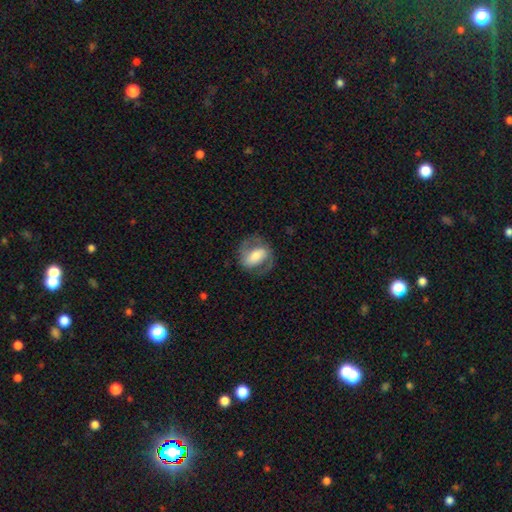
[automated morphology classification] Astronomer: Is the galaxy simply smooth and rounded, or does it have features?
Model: featured or disk — 66%.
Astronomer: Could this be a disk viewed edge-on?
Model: no — 96%.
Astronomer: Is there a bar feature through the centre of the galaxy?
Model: strong — 46% (runner-up: weak, 33%).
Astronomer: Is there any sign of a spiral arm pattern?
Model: yes — 82%.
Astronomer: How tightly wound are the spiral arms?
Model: medium — 51% (runner-up: tight, 26%).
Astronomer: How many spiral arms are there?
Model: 2 — 87%.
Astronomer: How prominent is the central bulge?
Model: moderate — 45% (runner-up: large, 24%).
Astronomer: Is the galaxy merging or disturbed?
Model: none — 73%.